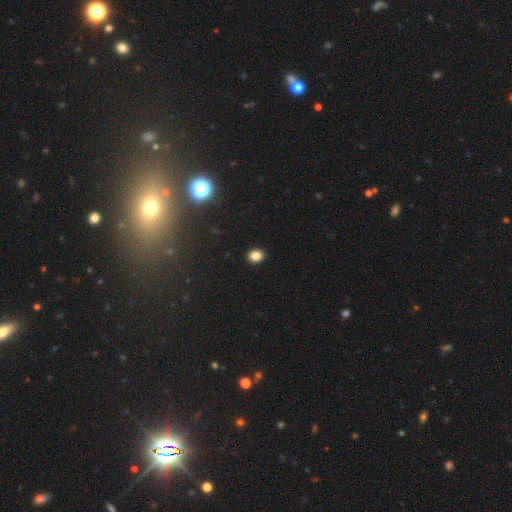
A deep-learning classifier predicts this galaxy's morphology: smooth 85%, star or artifact 11%, featured or disk 4%. Down the decision tree: how rounded — round (52%); merging — none (92%).